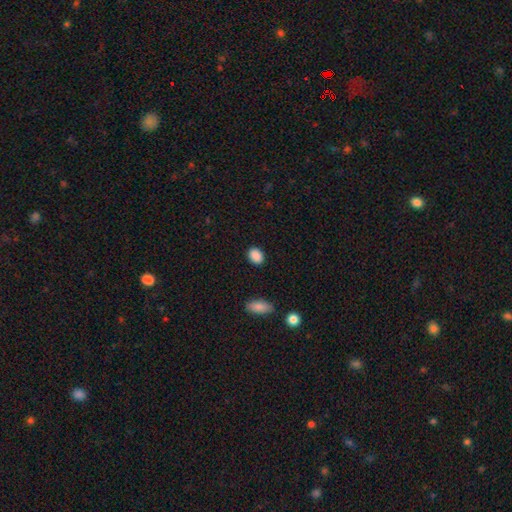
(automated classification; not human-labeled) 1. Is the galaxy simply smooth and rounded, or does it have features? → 89% smooth, 8% star or artifact, 3% featured or disk.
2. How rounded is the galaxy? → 71% in between, 27% round, 1% cigar-shaped.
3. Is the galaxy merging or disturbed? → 88% none, 8% minor disturbance, 2% major disturbance, 2% merger.